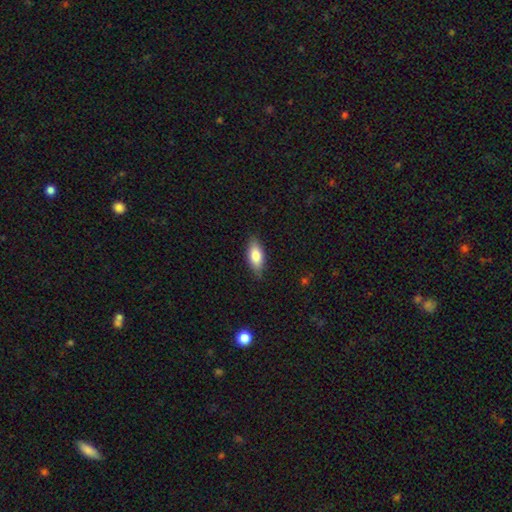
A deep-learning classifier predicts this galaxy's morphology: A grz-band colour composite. It shows a smooth galaxy with no disk features (79%) that is in between round and cigar-shaped (83%). Merging: none (83%).